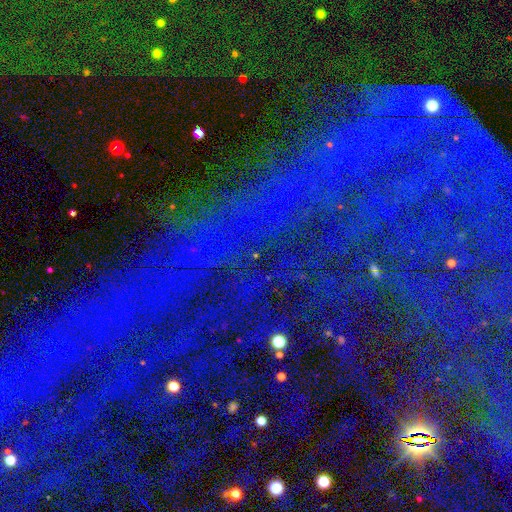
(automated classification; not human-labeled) This is clearly a star or artifact rather than a galaxy (82%).